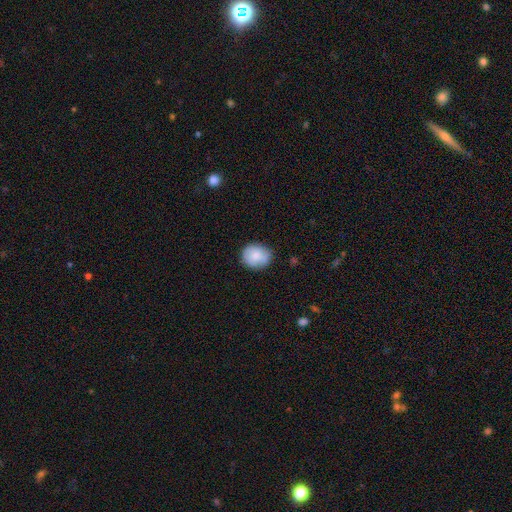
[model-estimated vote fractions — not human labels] A smooth galaxy with no disk features (83%) that is round (70%).

Vote fractions:
- Smooth or featured? smooth: 83% / featured or disk: 10% / star or artifact: 7%
- How rounded? round: 70% / in between: 29% / cigar-shaped: 1%
- Merging? none: 79% / minor disturbance: 17% / major disturbance: 3% / merger: 1%